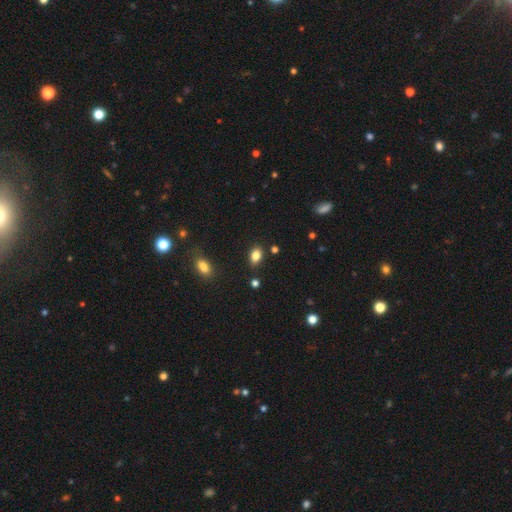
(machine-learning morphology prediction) Overall: smooth (84%). How rounded: in between (83%). Merging: none (84%).